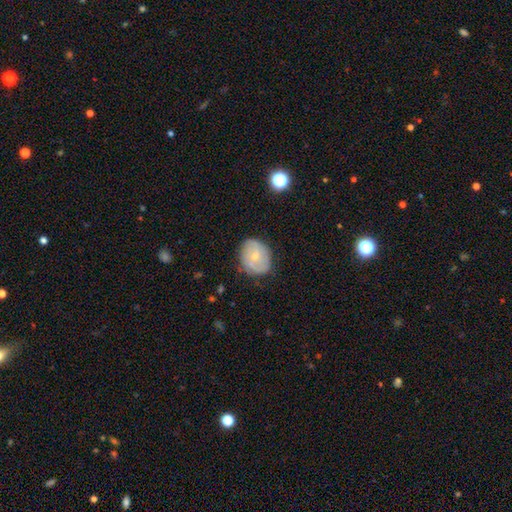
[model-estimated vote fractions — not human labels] Morphology: type=featured or disk (50%); merging=none (73%).